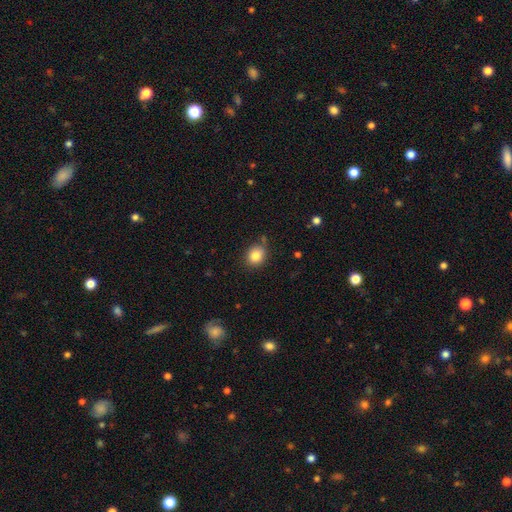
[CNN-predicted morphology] A smooth galaxy with no disk features (84%) that is round (65%). Merging: none (80%).